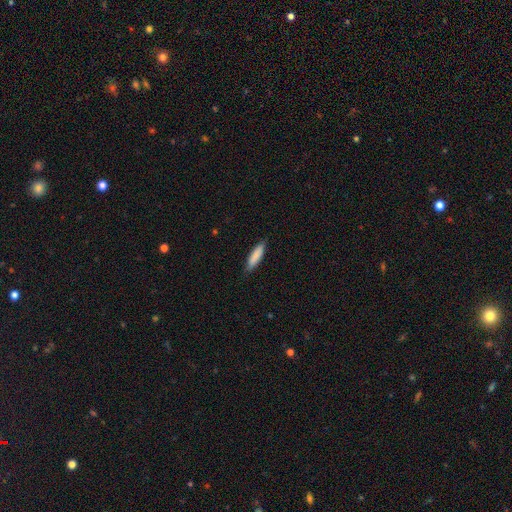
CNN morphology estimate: The model was most divided on "how rounded": cigar-shaped: 71%, in between: 27%, round: 1%. More confident: smooth or featured — smooth (85%); merging — none (84%).